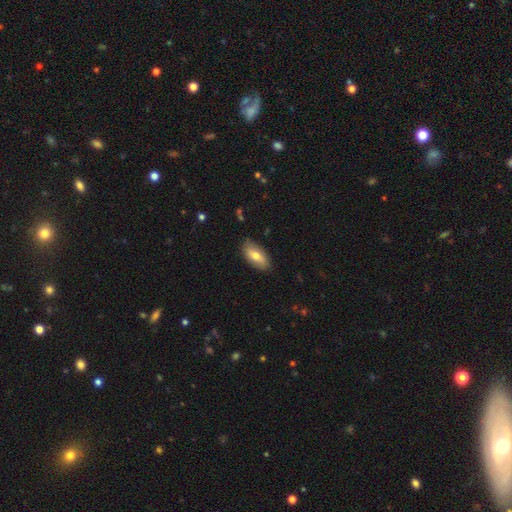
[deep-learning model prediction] Smooth or featured? Predicted: smooth (p=0.68). How rounded? Predicted: in between (p=0.91). Merging? Predicted: none (p=0.84).